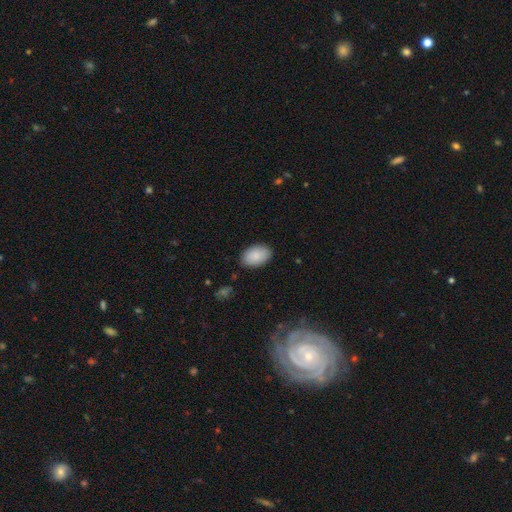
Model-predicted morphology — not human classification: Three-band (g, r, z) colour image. It shows a smooth galaxy with no disk features (89%) that is in between round and cigar-shaped (91%). Merging: none (87%).